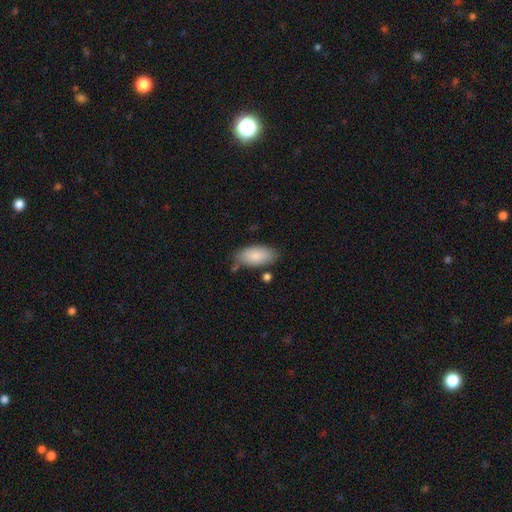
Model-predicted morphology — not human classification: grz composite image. It shows a smooth galaxy with no disk features (86%) that is in between round and cigar-shaped (93%). Merging: none (72%).